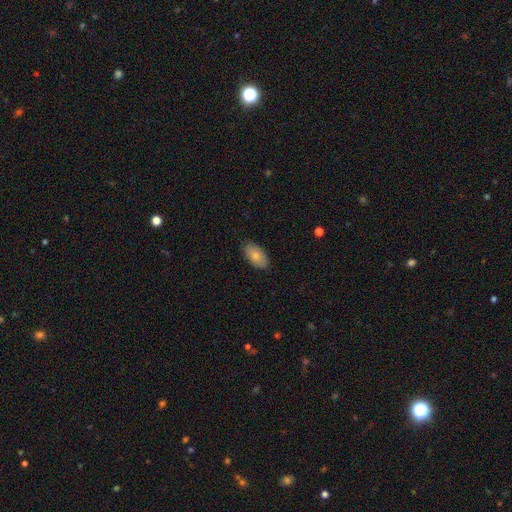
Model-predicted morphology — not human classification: A smooth galaxy with no disk features (81%) that is in between round and cigar-shaped (94%).

Vote fractions:
- Smooth or featured? smooth: 81% / featured or disk: 13% / star or artifact: 7%
- How rounded? in between: 94% / round: 3% / cigar-shaped: 2%
- Merging? none: 86% / minor disturbance: 11% / major disturbance: 2% / merger: 1%